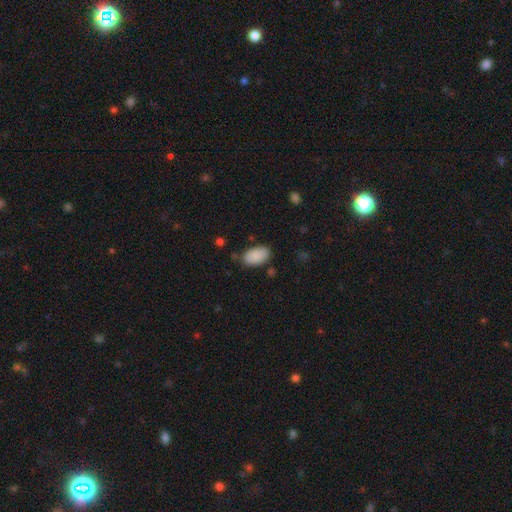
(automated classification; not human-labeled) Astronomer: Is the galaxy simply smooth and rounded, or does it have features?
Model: smooth — 88%.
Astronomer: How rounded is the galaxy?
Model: in between — 94%.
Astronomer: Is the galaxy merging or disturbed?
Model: none — 77%.